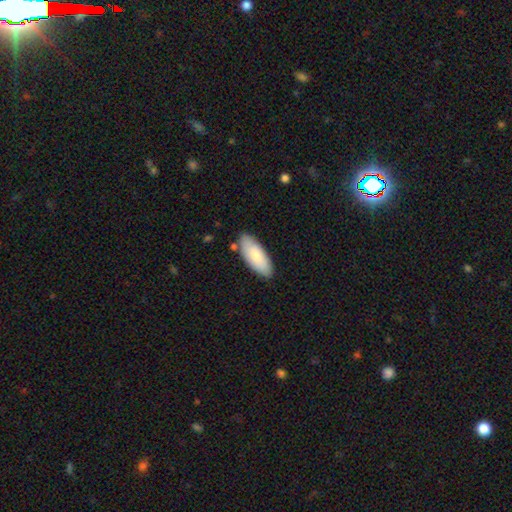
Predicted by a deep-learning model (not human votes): Smooth or featured? Predicted: smooth (p=0.81). How rounded? Predicted: in between (p=0.81). Merging? Predicted: none (p=0.81).